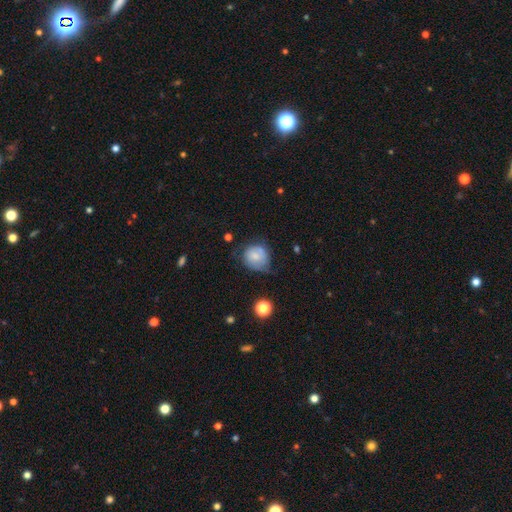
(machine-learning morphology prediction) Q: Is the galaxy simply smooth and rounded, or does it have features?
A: smooth — 66%.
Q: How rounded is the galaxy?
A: round — 76%.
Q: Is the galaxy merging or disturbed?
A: none — 43%.